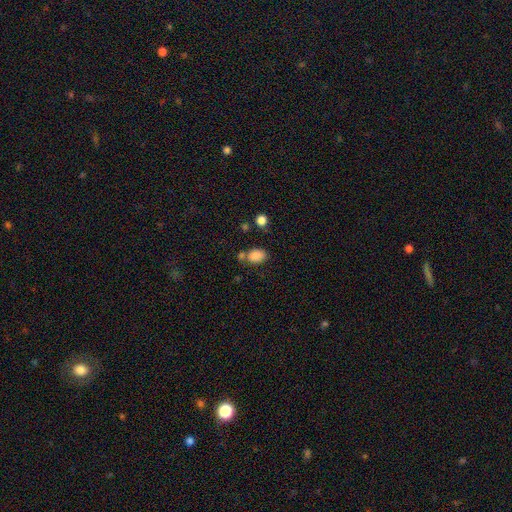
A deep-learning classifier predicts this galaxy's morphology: This is clearly a smooth galaxy (85%). How rounded: likely in between (78%). Merging: possibly none (60%).